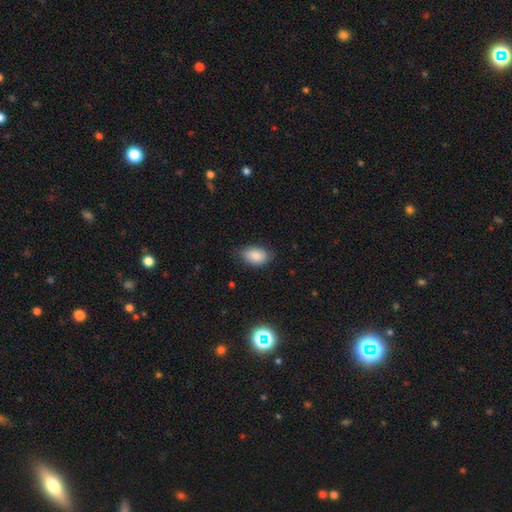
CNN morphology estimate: Smooth or featured: smooth — 86% (star or artifact — 7%)
How rounded: in between — 91% (round — 8%)
Merging: none — 80% (minor disturbance — 16%)